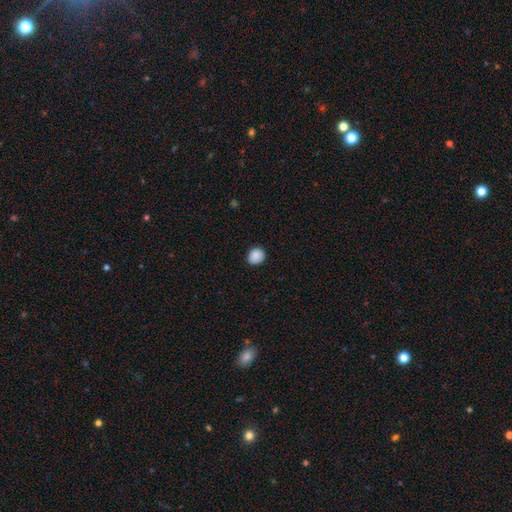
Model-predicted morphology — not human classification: smooth-or-featured: smooth: 89% | star or artifact: 9% | featured or disk: 3%
  how-rounded: round: 78% | in between: 21% | cigar-shaped: 1%
  merging: none: 88% | minor disturbance: 9% | major disturbance: 2% | merger: 1%